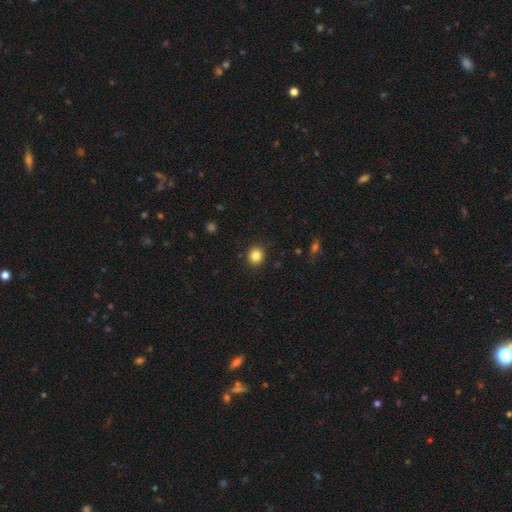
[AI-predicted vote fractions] The model was most divided on "how rounded": round: 77%, in between: 22%, cigar-shaped: 1%. More confident: merging — none (89%); smooth or featured — smooth (85%).